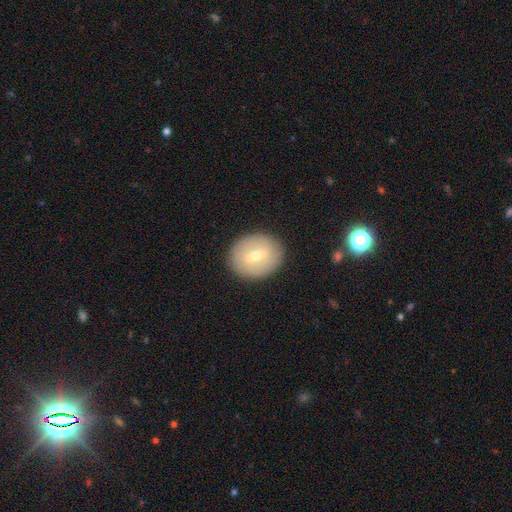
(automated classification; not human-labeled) smooth 49%, featured or disk 42%, star or artifact 9%. Down the decision tree: merging — none (88%).